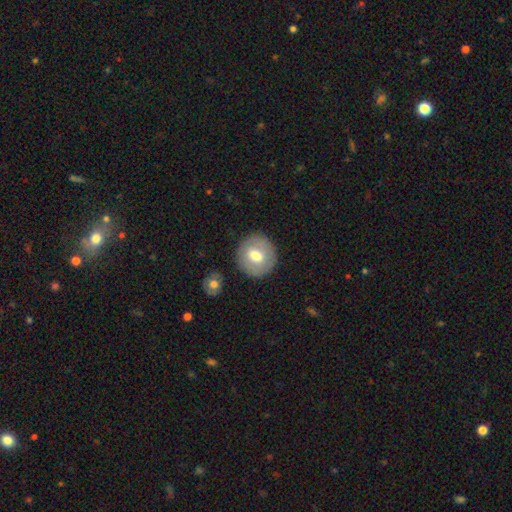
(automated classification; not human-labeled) This appears to be a smooth galaxy with no disk features (65%) that is round (91%). Merging: none (86%).